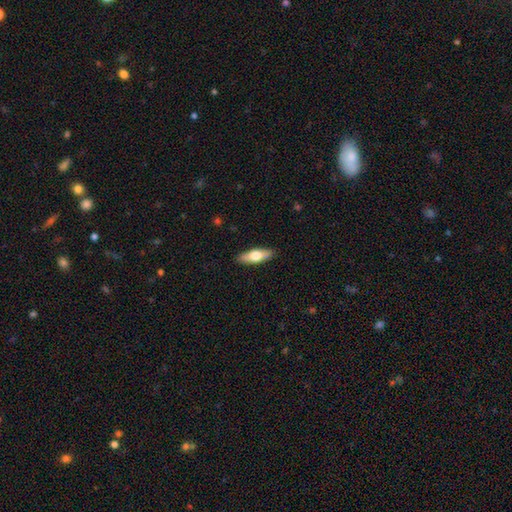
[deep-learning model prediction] smooth 64%, featured or disk 30%, star or artifact 6%. Down the decision tree: how rounded — in between (56%); merging — none (89%).